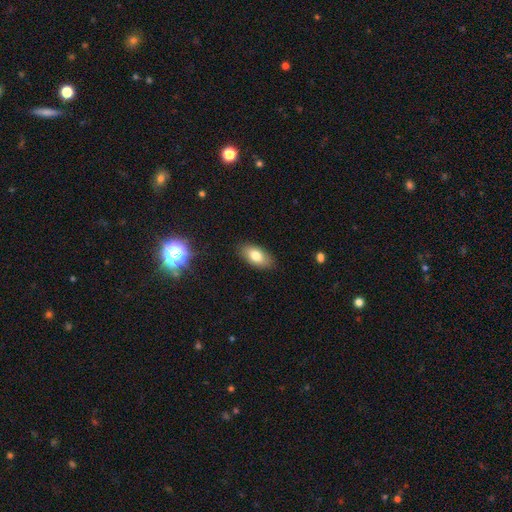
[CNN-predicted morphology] smooth_or_featured: smooth (p=0.79) [alt: featured or disk p=0.13]
how_rounded: in between (p=0.92) [alt: cigar-shaped p=0.04]
merging: none (p=0.87) [alt: minor disturbance p=0.10]